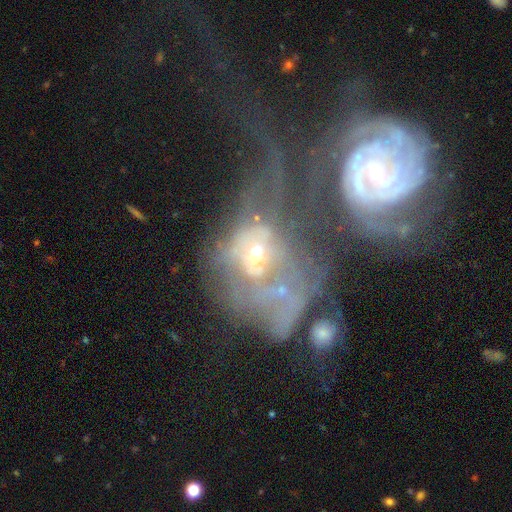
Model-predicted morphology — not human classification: Overall: featured or disk (63%). Edge-on disk: no (95%). Bar: no (71%). Spiral arms: no (63%; yes 37%). Bulge size: moderate (47%; small 35%). Merging: merger (46%; major disturbance 38%).